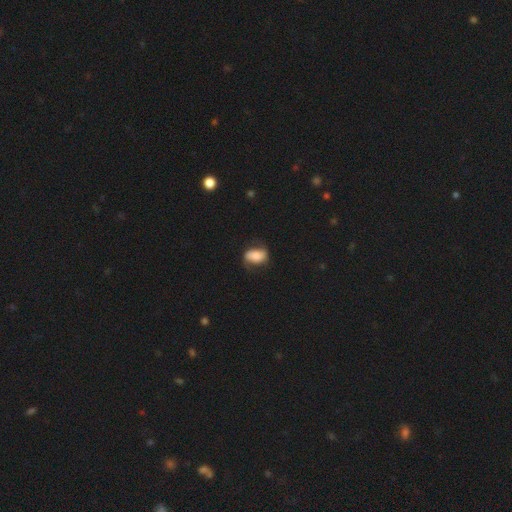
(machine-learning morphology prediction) Smooth or featured: smooth — 59% (featured or disk — 33%)
How rounded: in between — 83% (round — 14%)
Merging: none — 62% (minor disturbance — 26%)